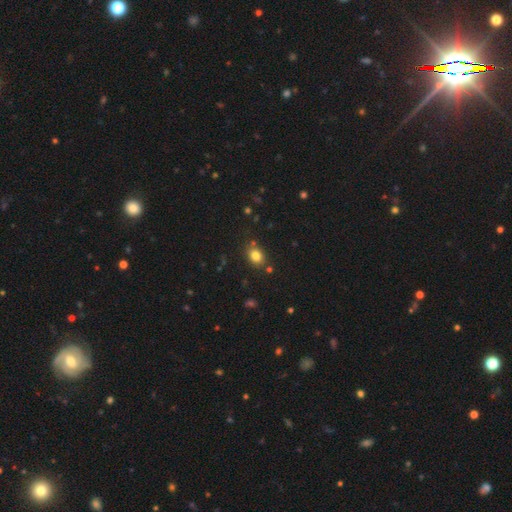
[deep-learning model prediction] This is clearly a smooth galaxy (81%). How rounded: possibly in between (55%). Merging: likely none (80%).